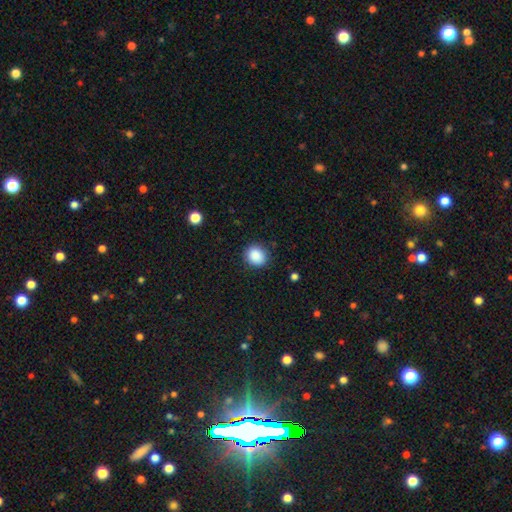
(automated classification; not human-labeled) A smooth galaxy with no disk features (88%) that is round (78%). Merging: none (86%).